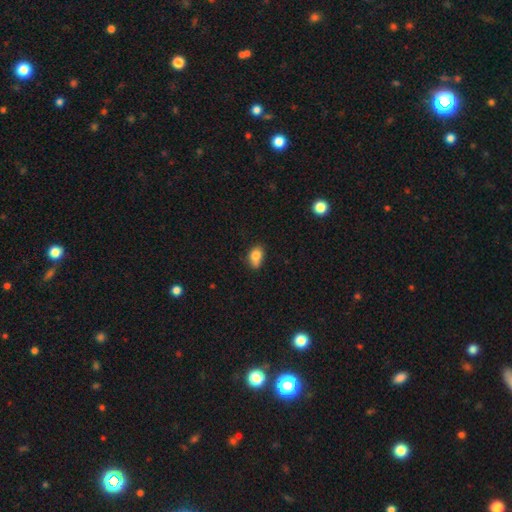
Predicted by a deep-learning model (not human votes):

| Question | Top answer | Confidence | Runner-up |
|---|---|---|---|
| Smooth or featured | smooth | 80% | featured or disk (10%) |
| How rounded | in between | 78% | round (20%) |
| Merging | none | 50% | minor disturbance (35%) |